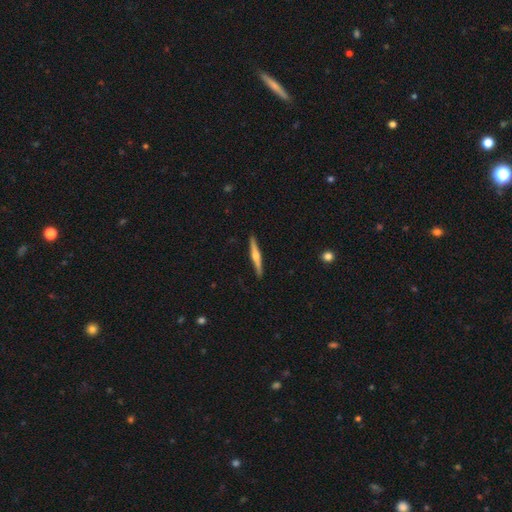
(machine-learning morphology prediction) Smooth or featured: featured or disk — 65% (smooth — 30%)
Edge-on disk: yes — 98% (no — 2%)
Edge-on bulge: rounded — 84% (boxy — 8%)
Merging: none — 91% (minor disturbance — 7%)